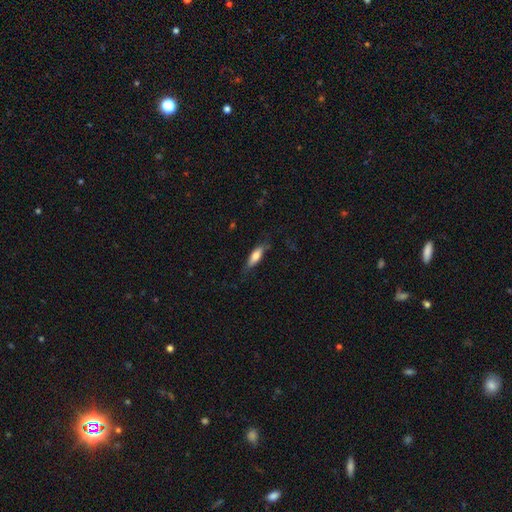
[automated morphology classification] smooth_or_featured: smooth (p=0.70) [alt: featured or disk p=0.24]
how_rounded: cigar-shaped (p=0.51) [alt: in between p=0.47]
merging: none (p=0.74) [alt: minor disturbance p=0.20]